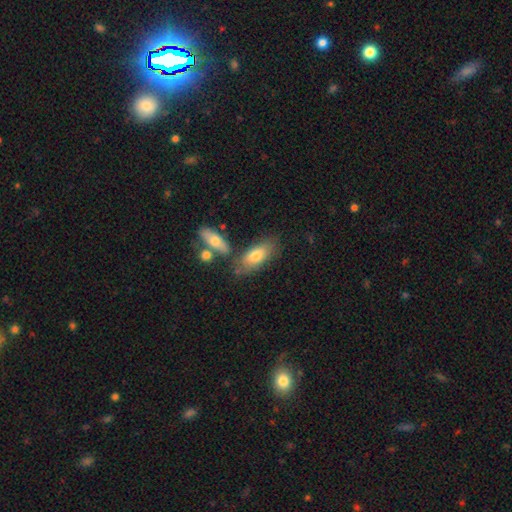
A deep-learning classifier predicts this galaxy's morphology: Smooth or featured: smooth — 74% (featured or disk — 19%)
How rounded: in between — 82% (cigar-shaped — 16%)
Merging: none — 63% (minor disturbance — 16%)